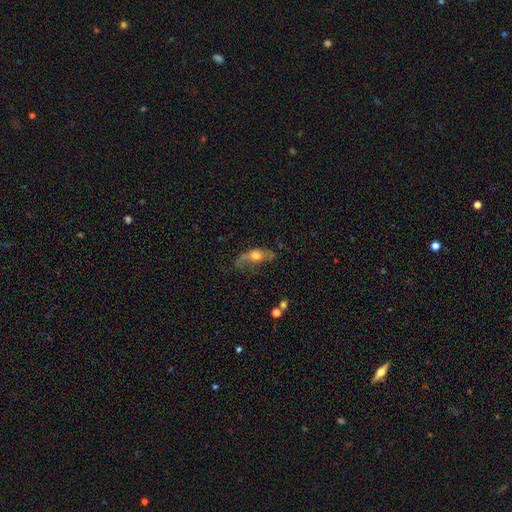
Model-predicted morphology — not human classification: Smooth or featured? Predicted: featured or disk (p=0.47). Merging? Predicted: none (p=0.41).